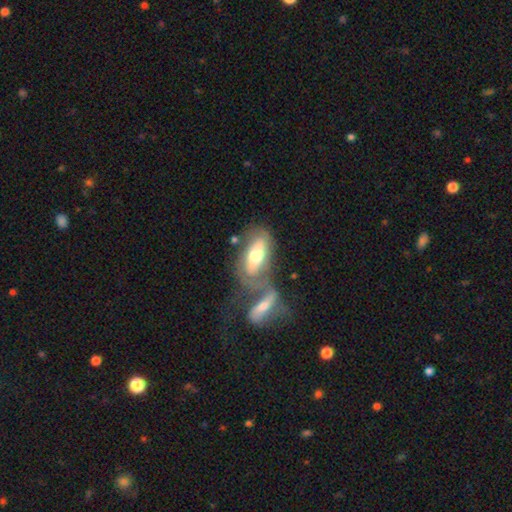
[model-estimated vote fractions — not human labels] This appears to be a smooth galaxy with no disk features (48%). Merging: merger (53%).